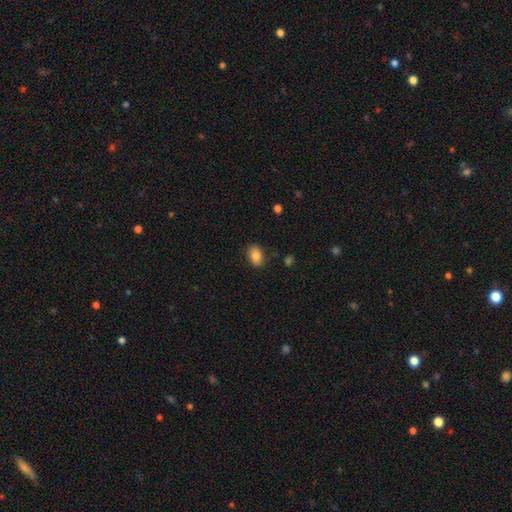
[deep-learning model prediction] smooth_or_featured: smooth (p=0.85) [alt: star or artifact p=0.08]
how_rounded: in between (p=0.85) [alt: round p=0.13]
merging: none (p=0.84) [alt: minor disturbance p=0.12]